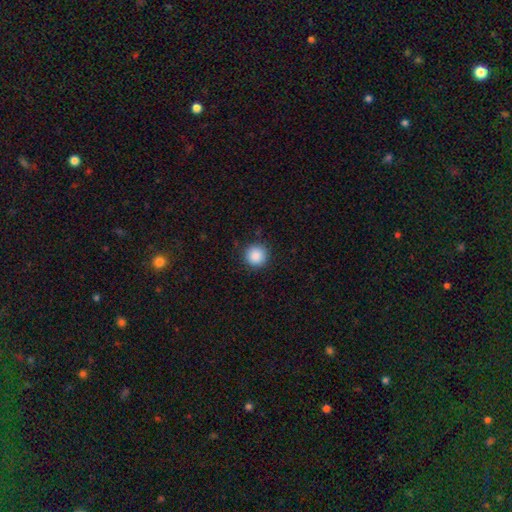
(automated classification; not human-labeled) A smooth galaxy with no disk features (88%) that is round (96%).

Vote fractions:
- Smooth or featured? smooth: 88% / star or artifact: 9% / featured or disk: 3%
- How rounded? round: 96% / in between: 3% / cigar-shaped: 1%
- Merging? none: 90% / minor disturbance: 7% / major disturbance: 2% / merger: 1%